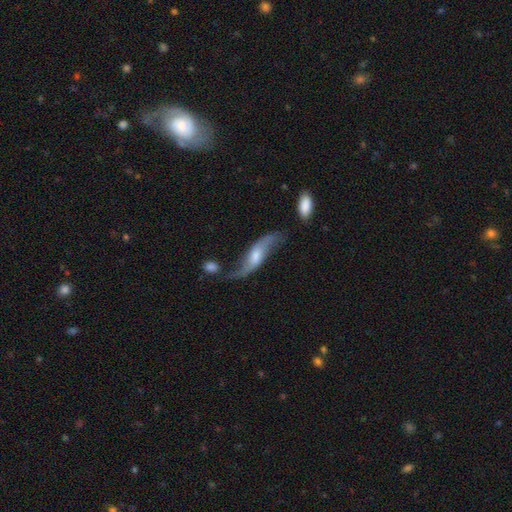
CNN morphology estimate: Overall: featured or disk (78%). Edge-on disk: no (80%). Bar: no (47%; weak 37%). Spiral arms: yes (92%). Spiral arm count: 2 (91%). Spiral winding: loose (91%). Bulge size: moderate (49%; small 33%). Merging: none (51%; minor disturbance 21%).